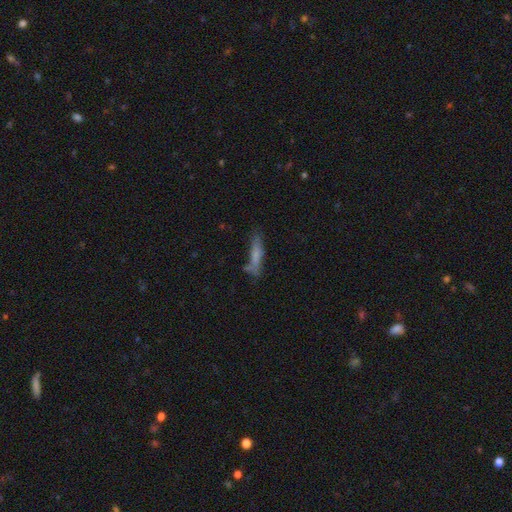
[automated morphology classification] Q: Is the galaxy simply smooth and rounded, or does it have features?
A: smooth — 68%.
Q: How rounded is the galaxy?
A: cigar-shaped — 82%.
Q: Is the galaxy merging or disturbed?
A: none — 61%.